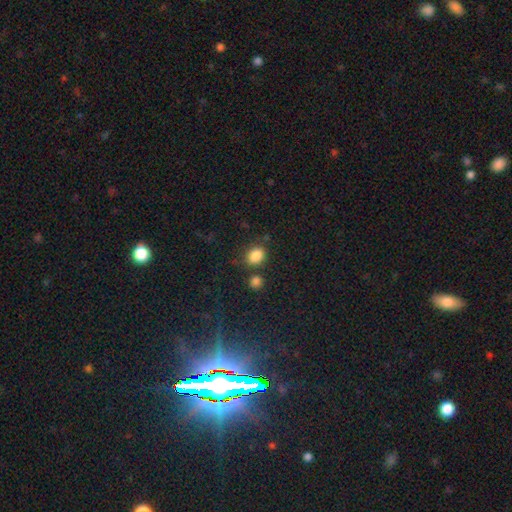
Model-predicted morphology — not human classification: smooth_or_featured: smooth (p=0.85) [alt: star or artifact p=0.10]
how_rounded: in between (p=0.55) [alt: round p=0.44]
merging: none (p=0.70) [alt: minor disturbance p=0.14]